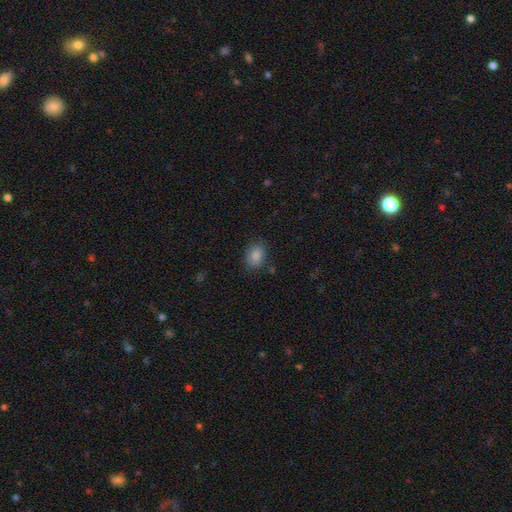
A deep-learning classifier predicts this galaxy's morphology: smooth_or_featured: smooth (p=0.85) [alt: star or artifact p=0.09]
how_rounded: in between (p=0.73) [alt: round p=0.25]
merging: none (p=0.81) [alt: minor disturbance p=0.13]